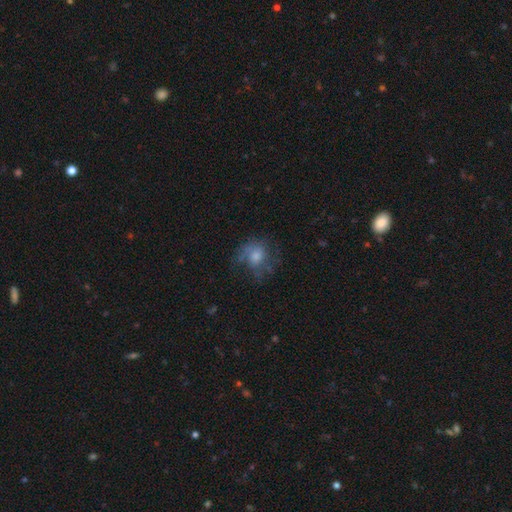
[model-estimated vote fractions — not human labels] A smooth galaxy with no disk features (51%) that is round (66%).

Vote fractions:
- Smooth or featured? smooth: 51% / featured or disk: 38% / star or artifact: 11%
- How rounded? round: 66% / in between: 33% / cigar-shaped: 1%
- Merging? none: 47% / major disturbance: 27% / minor disturbance: 23% / merger: 2%